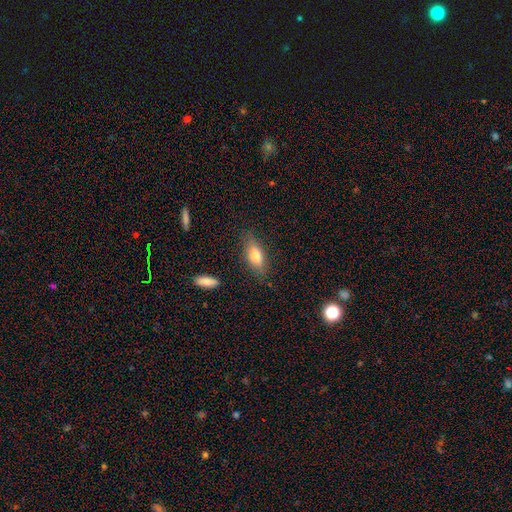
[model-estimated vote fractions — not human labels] Smooth or featured?
  - smooth: 76% *
  - featured or disk: 16%
  - star or artifact: 8%
How rounded?
  - in between: 77% *
  - cigar-shaped: 20%
  - round: 3%
Merging?
  - none: 79% *
  - minor disturbance: 15%
  - major disturbance: 4%
  - merger: 2%